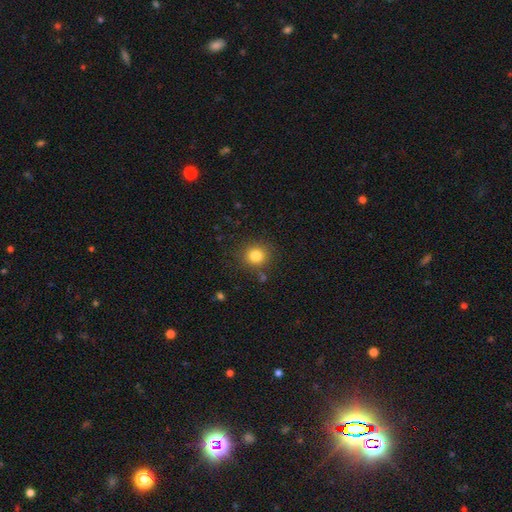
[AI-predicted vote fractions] Smooth or featured: smooth — 82% (star or artifact — 12%)
How rounded: round — 88% (in between — 11%)
Merging: none — 85% (minor disturbance — 9%)